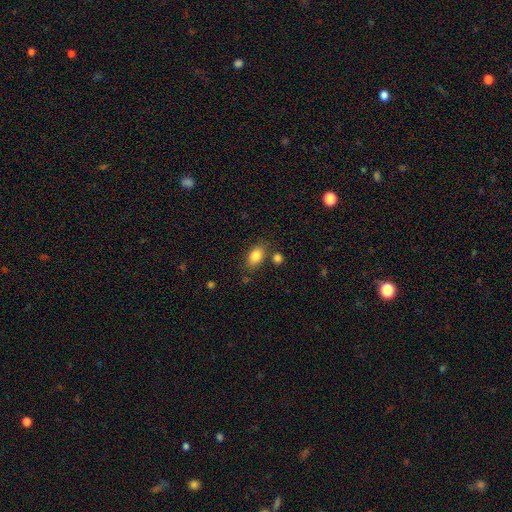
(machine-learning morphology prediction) smooth_or_featured: smooth (p=0.84) [alt: star or artifact p=0.08]
how_rounded: in between (p=0.86) [alt: round p=0.11]
merging: none (p=0.74) [alt: minor disturbance p=0.14]